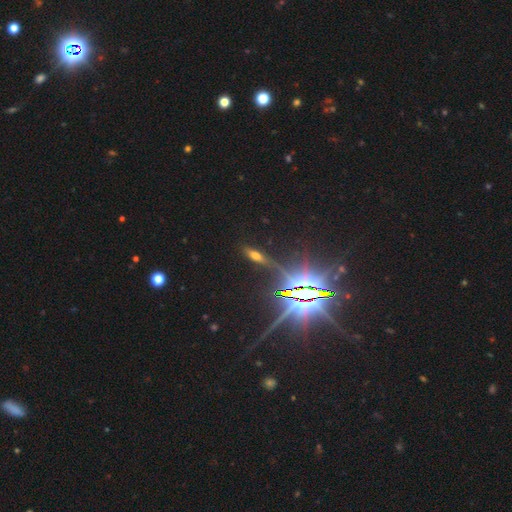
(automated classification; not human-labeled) Smooth or featured? smooth (40%)
Merging? none (73%)